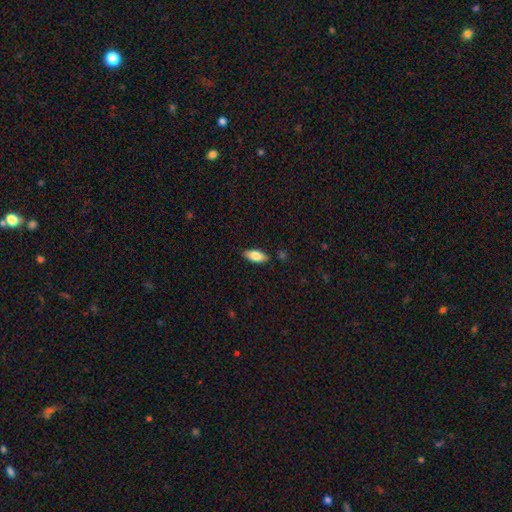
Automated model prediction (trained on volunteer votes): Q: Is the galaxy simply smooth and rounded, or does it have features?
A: smooth — 79%.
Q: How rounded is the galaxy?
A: in between — 82%.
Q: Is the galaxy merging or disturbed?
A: none — 85%.